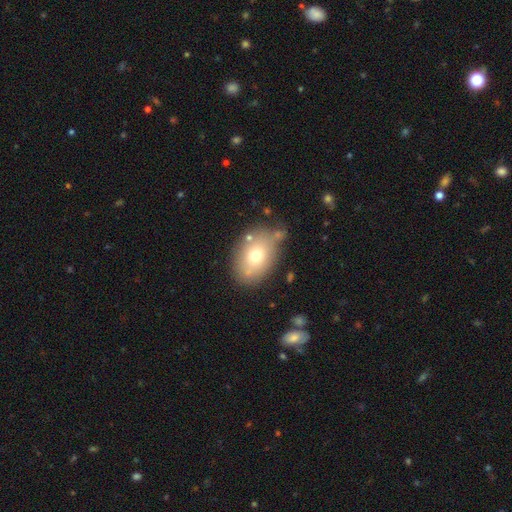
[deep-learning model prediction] This is likely a smooth galaxy (69%). How rounded: likely in between (80%). Merging: likely none (71%).